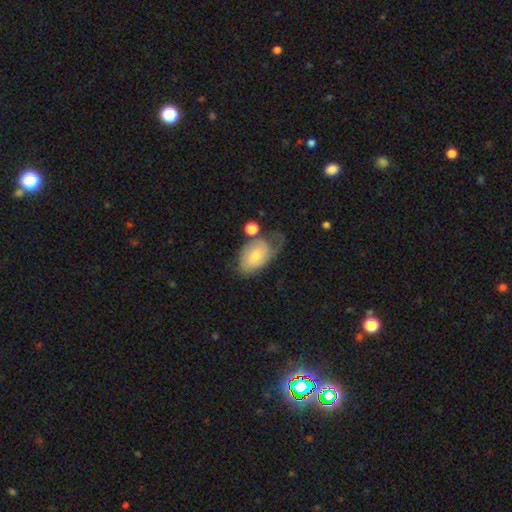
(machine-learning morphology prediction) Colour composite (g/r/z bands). It shows a smooth galaxy with no disk features (57%) that is in between round and cigar-shaped (85%). Merging: none (32%).